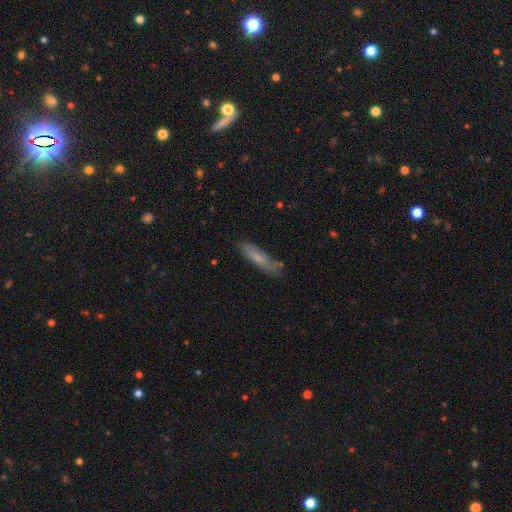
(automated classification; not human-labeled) Smooth or featured? smooth (60%)
How rounded? cigar-shaped (80%)
Merging? none (78%)